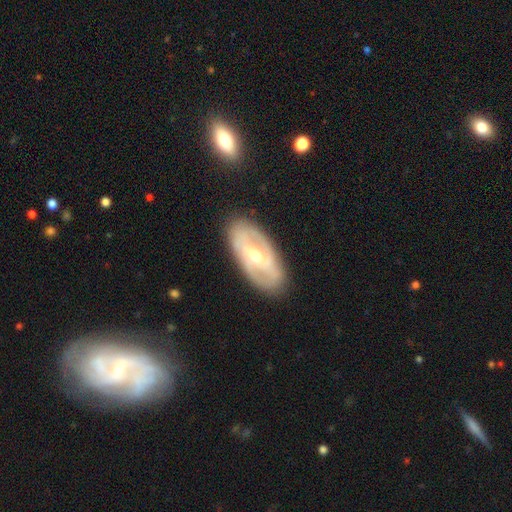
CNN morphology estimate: smooth-or-featured: featured or disk: 77% | smooth: 18% | star or artifact: 5%
  disk-edge-on: no: 92% | yes: 8%
    bar: weak: 43% | strong: 33% | no: 24%
    has-spiral-arms: yes: 73% | no: 27%
      spiral-winding: tight: 41% (tied) | medium: 41% (tied) | loose: 19%
      spiral-arm-count: 2: 71% | can't tell: 19% | 3: 4% | 1: 2% | 4: 2% | more than 4: 1%
    bulge-size: moderate: 59% | small: 36% | large: 3% | none: 1% | dominant: 1%
  merging: none: 85% | minor disturbance: 11% | major disturbance: 3% | merger: 1%